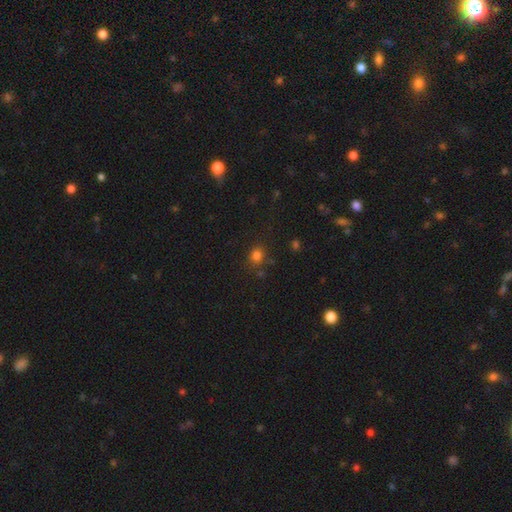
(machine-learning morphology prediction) A smooth galaxy with no disk features (78%) that is round (68%).

Vote fractions:
- Smooth or featured? smooth: 78% / star or artifact: 17% / featured or disk: 5%
- How rounded? round: 68% / in between: 31% / cigar-shaped: 1%
- Merging? none: 79% / minor disturbance: 12% / merger: 5% / major disturbance: 4%